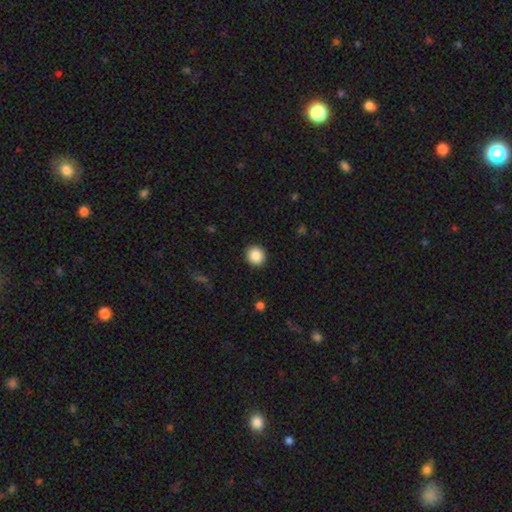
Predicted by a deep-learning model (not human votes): smooth 88%, star or artifact 9%, featured or disk 3%. Down the decision tree: how rounded — round (90%); merging — none (91%).